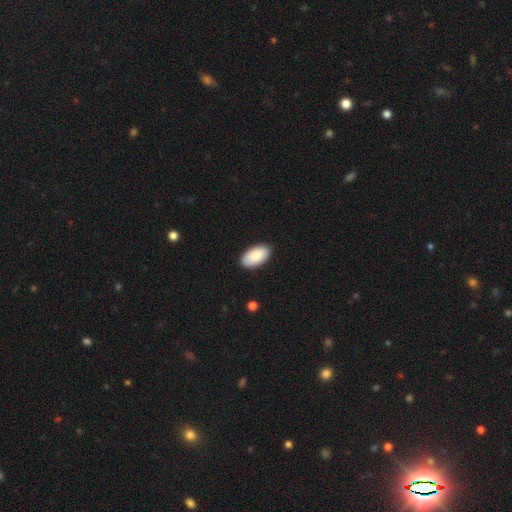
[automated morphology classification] Smooth or featured? smooth (88%)
How rounded? in between (96%)
Merging? none (89%)